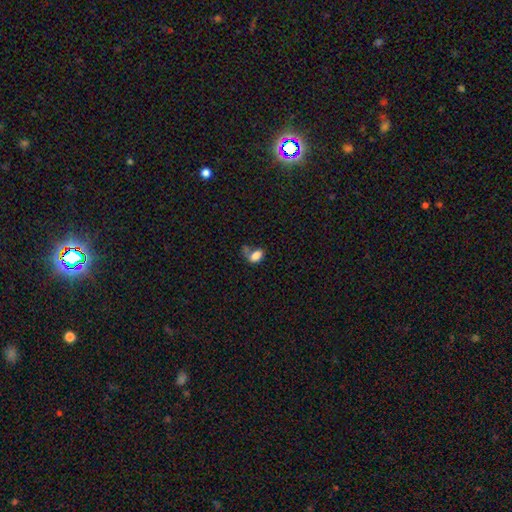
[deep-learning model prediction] The model was most divided on "merging": none: 35%, merger: 31%, minor disturbance: 18%, major disturbance: 16%. More confident: how rounded — in between (86%); smooth or featured — smooth (79%).